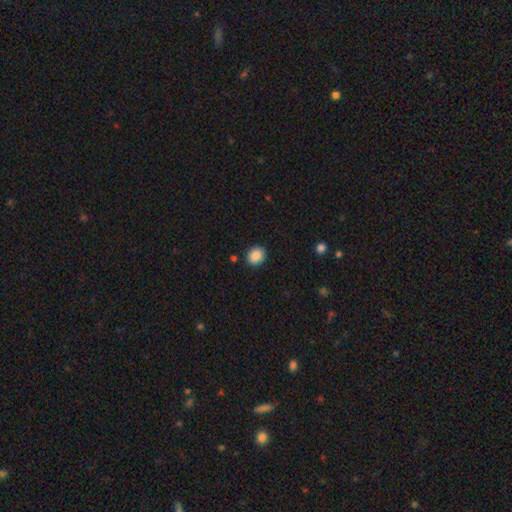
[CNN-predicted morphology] Smooth or featured? smooth (89%)
How rounded? round (71%)
Merging? none (88%)